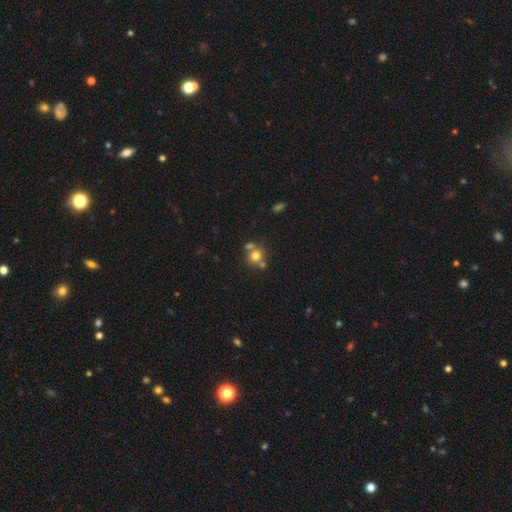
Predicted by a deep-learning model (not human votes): The model was most divided on "merging": none: 53%, merger: 33%, minor disturbance: 10%, major disturbance: 4%. More confident: how rounded — round (83%); smooth or featured — smooth (72%).